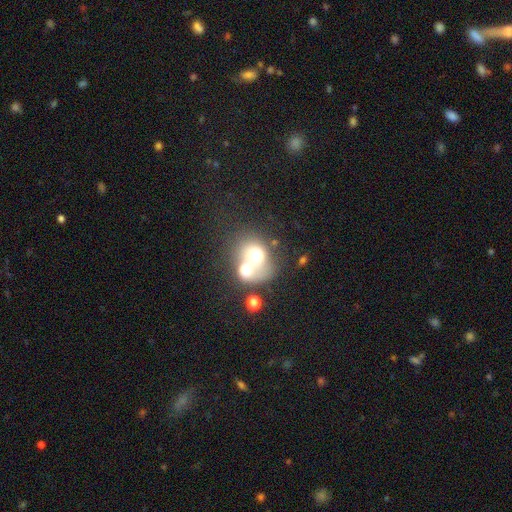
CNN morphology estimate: This is possibly a smooth galaxy (59%). How rounded: possibly round (59%). Merging: likely merger (68%).